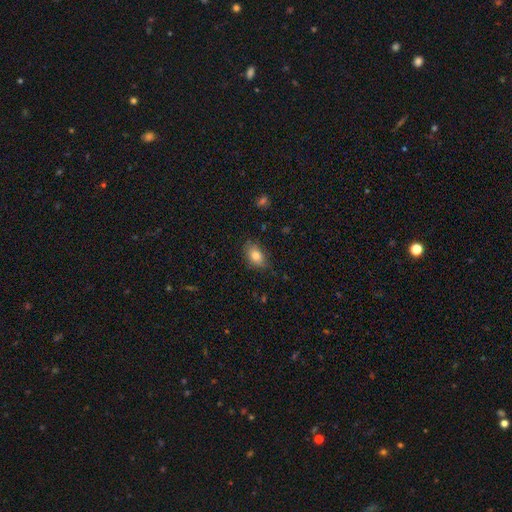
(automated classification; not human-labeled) smooth_or_featured: smooth (p=0.81) [alt: featured or disk p=0.11]
how_rounded: in between (p=0.87) [alt: round p=0.11]
merging: none (p=0.77) [alt: minor disturbance p=0.18]